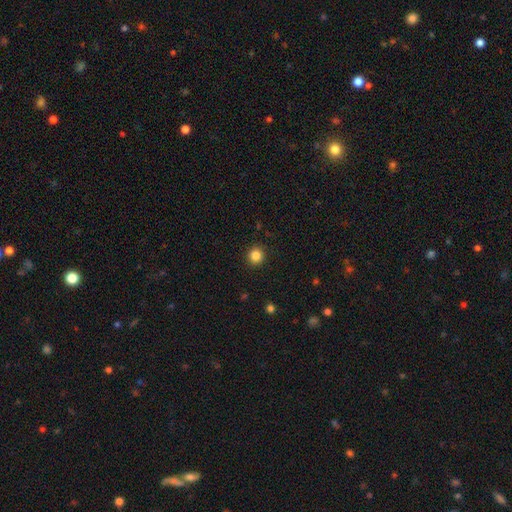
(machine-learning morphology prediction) Smooth or featured: smooth — 85% (star or artifact — 11%)
How rounded: round — 91% (in between — 8%)
Merging: none — 91% (minor disturbance — 6%)